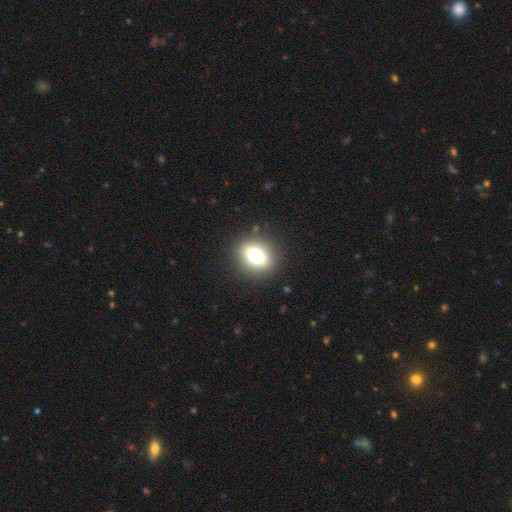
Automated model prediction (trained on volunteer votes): Smooth or featured? Predicted: smooth (p=0.73). How rounded? Predicted: round (p=0.52). Merging? Predicted: none (p=0.87).